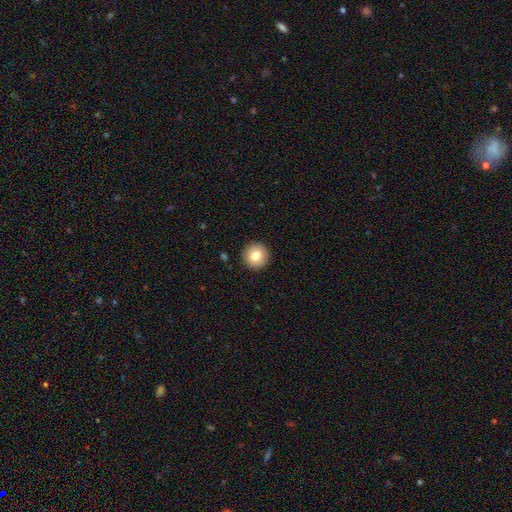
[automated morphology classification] A smooth galaxy with no disk features (80%) that is round (96%).

Vote fractions:
- Smooth or featured? smooth: 80% / featured or disk: 11% / star or artifact: 9%
- How rounded? round: 96% / in between: 3% / cigar-shaped: 1%
- Merging? none: 93% / minor disturbance: 5% / major disturbance: 2% / merger: 1%